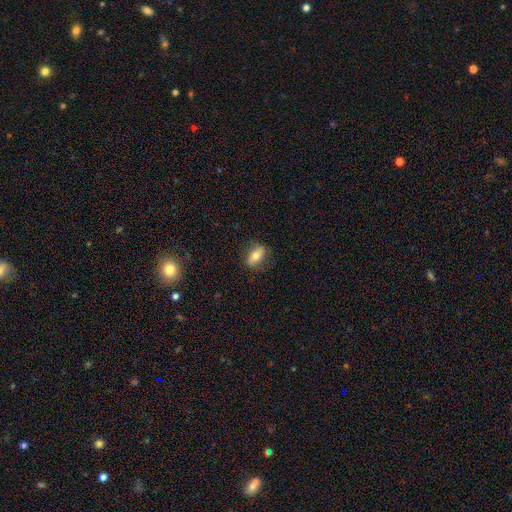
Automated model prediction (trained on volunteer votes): smooth-or-featured: smooth: 67% | featured or disk: 25% | star or artifact: 8%
  how-rounded: in between: 82% | round: 11% | cigar-shaped: 8%
  merging: none: 83% | minor disturbance: 13% | major disturbance: 3% | merger: 1%